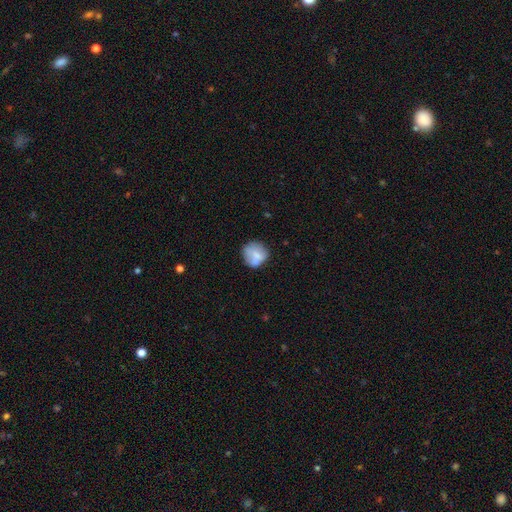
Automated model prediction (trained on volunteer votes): smooth 70%, featured or disk 22%, star or artifact 8%. Down the decision tree: how rounded — round (82%); merging — none (60%).